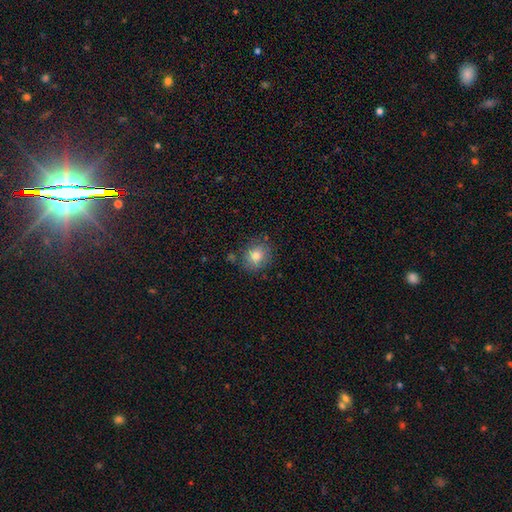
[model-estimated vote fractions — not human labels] This appears to be a smooth galaxy with no disk features (80%) that is round (77%). Merging: none (80%).